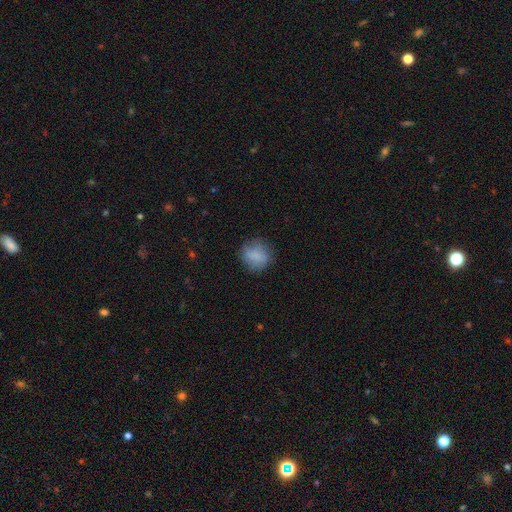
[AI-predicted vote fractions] Smooth or featured? Predicted: smooth (p=0.80). How rounded? Predicted: round (p=0.80). Merging? Predicted: none (p=0.73).